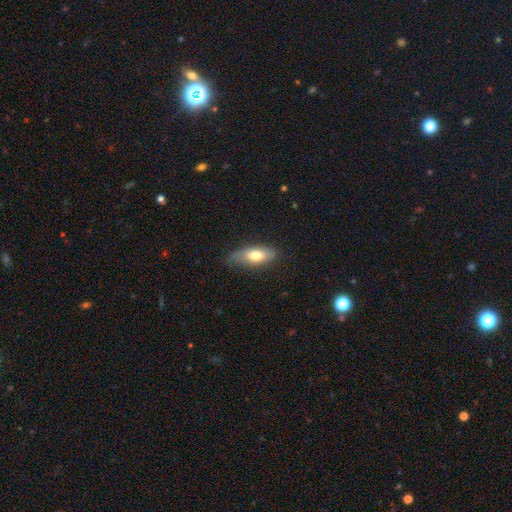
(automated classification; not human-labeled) Smooth or featured: smooth — 71% (featured or disk — 23%)
How rounded: in between — 76% (cigar-shaped — 21%)
Merging: none — 66% (minor disturbance — 26%)